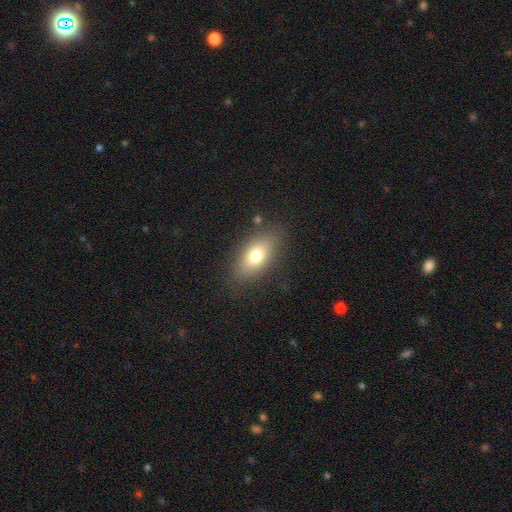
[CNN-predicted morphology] smooth 74%, featured or disk 17%, star or artifact 9%. Down the decision tree: how rounded — in between (85%); merging — none (83%).